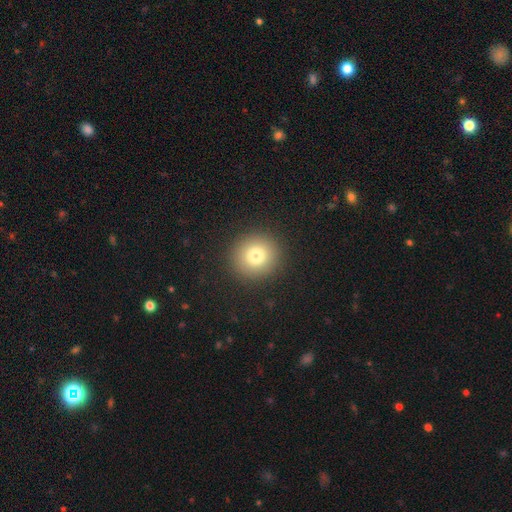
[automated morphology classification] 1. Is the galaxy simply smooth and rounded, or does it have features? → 78% smooth, 13% star or artifact, 10% featured or disk.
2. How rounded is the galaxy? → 92% round, 7% in between, 1% cigar-shaped.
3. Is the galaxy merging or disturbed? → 91% none, 5% minor disturbance, 2% major disturbance, 1% merger.